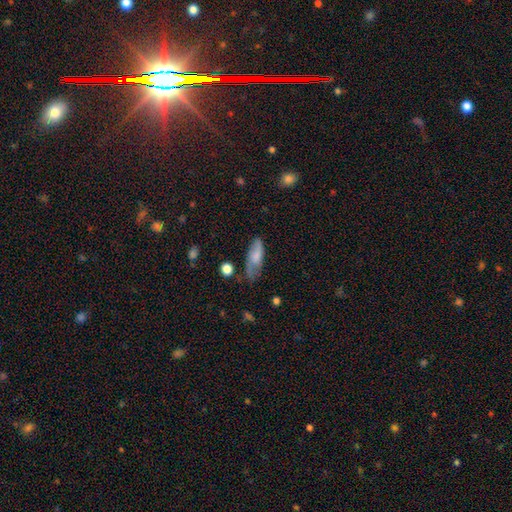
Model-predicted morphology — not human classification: Smooth or featured: smooth — 70% (featured or disk — 23%)
How rounded: in between — 67% (cigar-shaped — 31%)
Merging: none — 53% (minor disturbance — 31%)